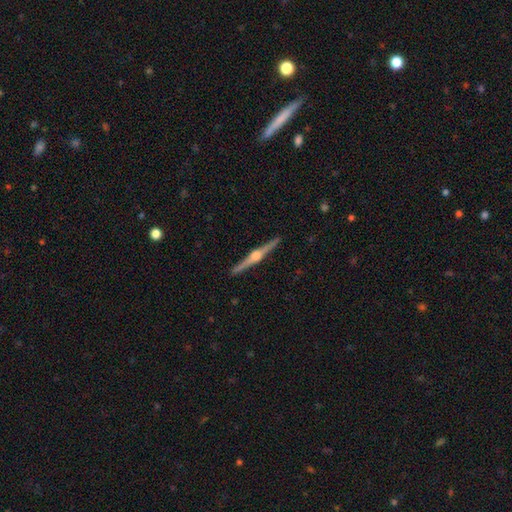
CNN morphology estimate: This appears to be a featured or disk galaxy (87%) viewed edge-on (99%) with a rounded central bulge (94%). Merging: none (93%).